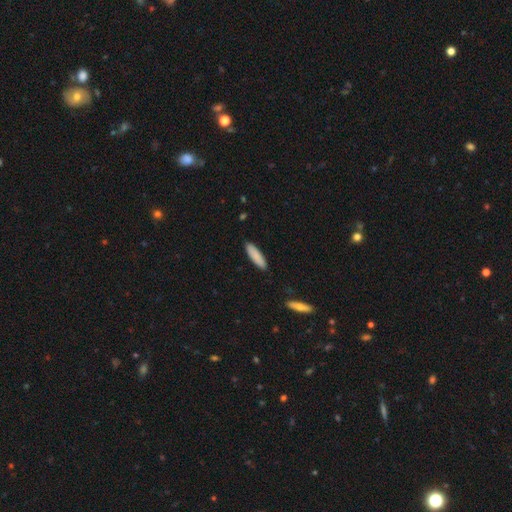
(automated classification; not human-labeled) A smooth galaxy with no disk features (87%) that is cigar-shaped (63%). Merging: none (89%).